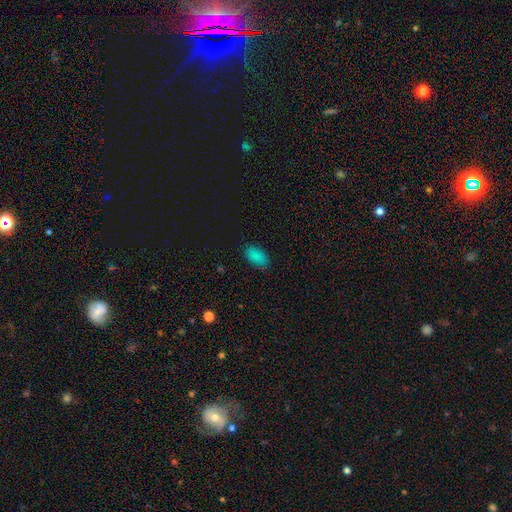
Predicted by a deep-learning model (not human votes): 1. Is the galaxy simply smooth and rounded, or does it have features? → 82% smooth, 14% star or artifact, 4% featured or disk.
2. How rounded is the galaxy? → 92% in between, 5% round, 2% cigar-shaped.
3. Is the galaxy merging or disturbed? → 85% none, 12% minor disturbance, 3% major disturbance, 1% merger.